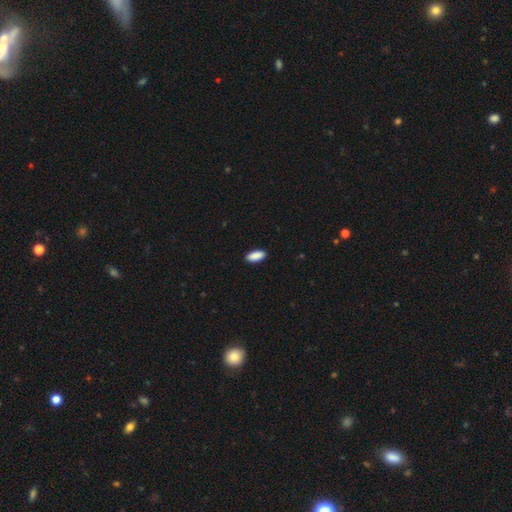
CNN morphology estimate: Smooth or featured? smooth (91%)
How rounded? in between (85%)
Merging? none (90%)